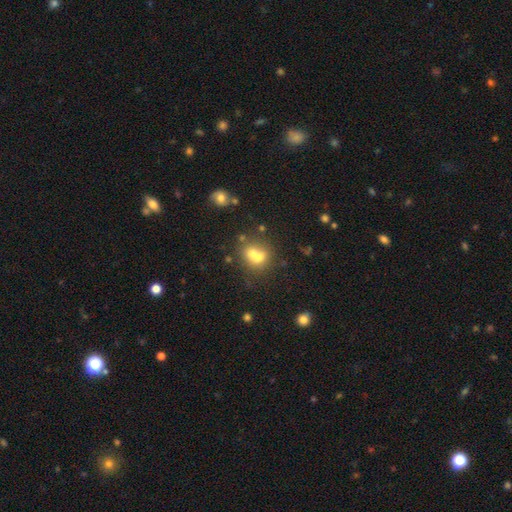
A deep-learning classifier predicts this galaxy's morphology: Q: Smooth or featured?
A: smooth (62%); runner-up: featured or disk (23%)
Q: How rounded?
A: round (70%); runner-up: in between (29%)
Q: Merging?
A: merger (57%); runner-up: none (31%)